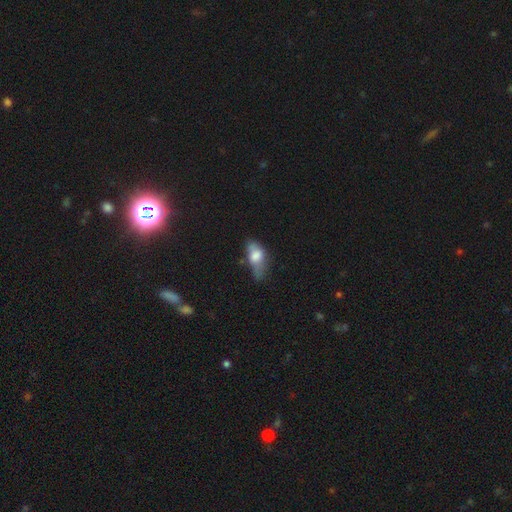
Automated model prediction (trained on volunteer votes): Morphology: type=smooth (64%); roundness=in between (84%); merging=minor disturbance (36%).